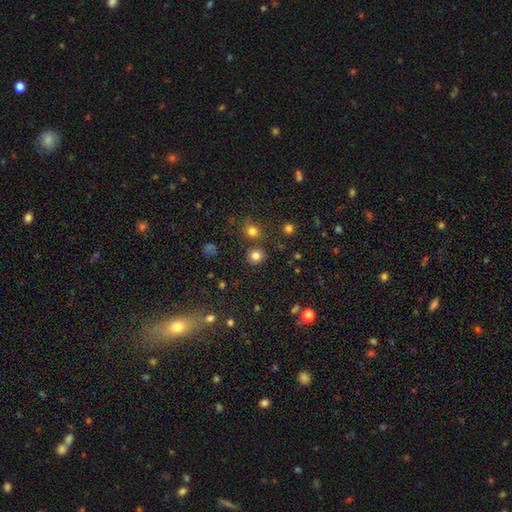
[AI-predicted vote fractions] smooth_or_featured: smooth (p=0.79) [alt: star or artifact p=0.14]
how_rounded: round (p=0.87) [alt: in between p=0.12]
merging: none (p=0.83) [alt: minor disturbance p=0.08]